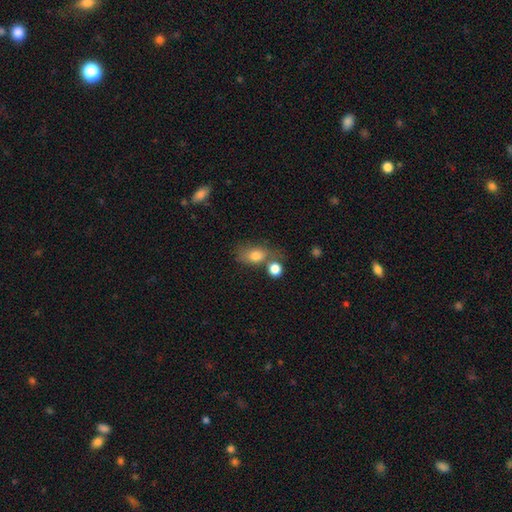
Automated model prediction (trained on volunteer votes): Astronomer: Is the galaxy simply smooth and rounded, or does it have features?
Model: smooth — 77%.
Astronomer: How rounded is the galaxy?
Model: in between — 70%.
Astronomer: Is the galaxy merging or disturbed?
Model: none — 46% (runner-up: merger, 25%).